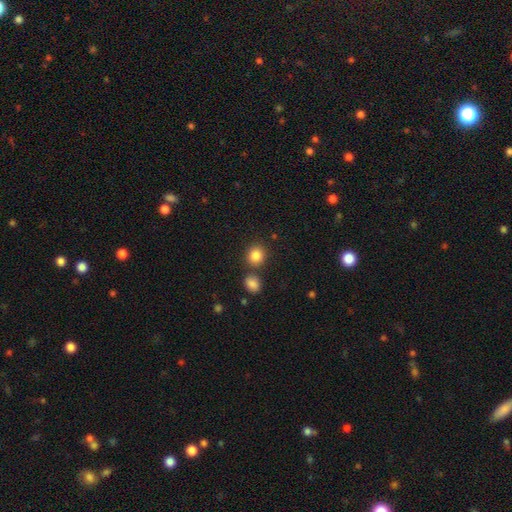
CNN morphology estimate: Smooth or featured? Predicted: smooth (p=0.85). How rounded? Predicted: round (p=0.81). Merging? Predicted: none (p=0.74).